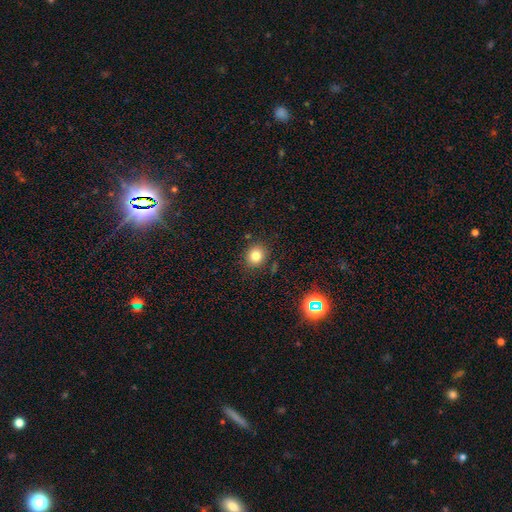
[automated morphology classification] smooth-or-featured: smooth: 81% | star or artifact: 13% | featured or disk: 7%
  how-rounded: round: 77% | in between: 22% | cigar-shaped: 1%
  merging: none: 86% | minor disturbance: 9% | major disturbance: 3% | merger: 3%